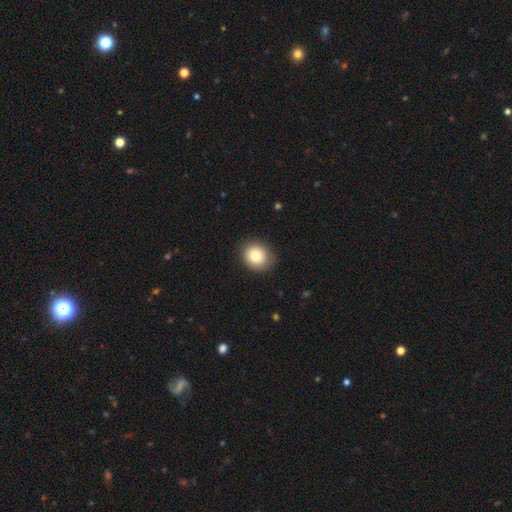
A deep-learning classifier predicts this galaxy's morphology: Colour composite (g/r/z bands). It shows a smooth galaxy with no disk features (81%) that is round (73%). Merging: none (86%).